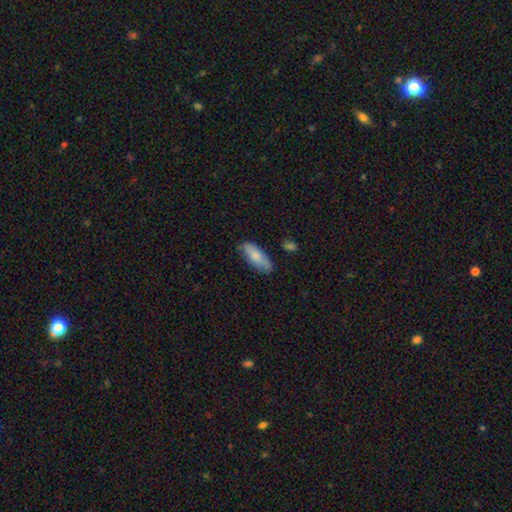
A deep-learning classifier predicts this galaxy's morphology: A smooth galaxy with no disk features (75%) that is in between round and cigar-shaped (73%). Merging: none (74%).